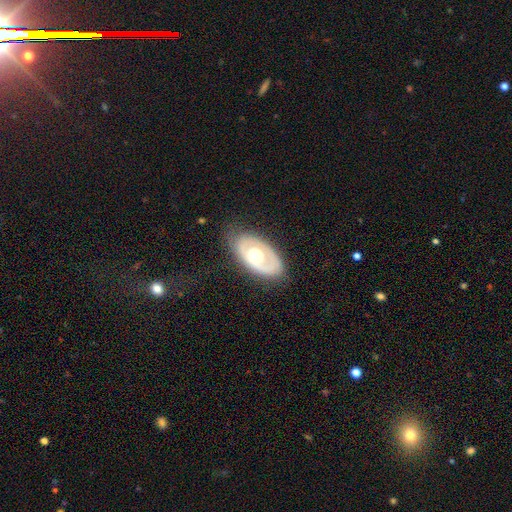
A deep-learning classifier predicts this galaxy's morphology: A featured or disk galaxy (54%).

Vote fractions:
- Smooth or featured? featured or disk: 54% / smooth: 40% / star or artifact: 6%
- Edge-on disk? no: 88% / yes: 12%
- Merging? none: 74% / minor disturbance: 18% / major disturbance: 8% / merger: 1%